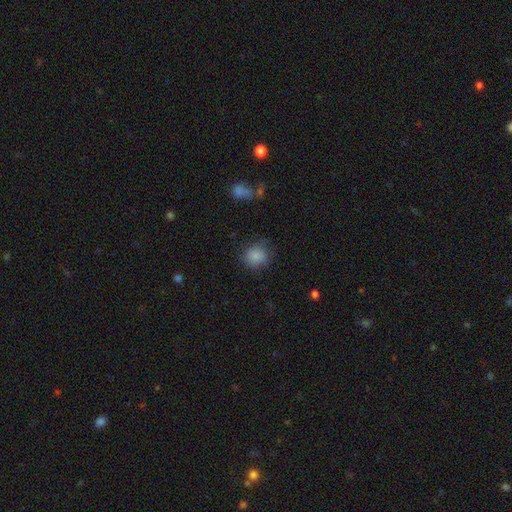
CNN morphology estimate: Smooth or featured: smooth — 85% (star or artifact — 9%)
How rounded: round — 79% (in between — 20%)
Merging: none — 74% (minor disturbance — 18%)